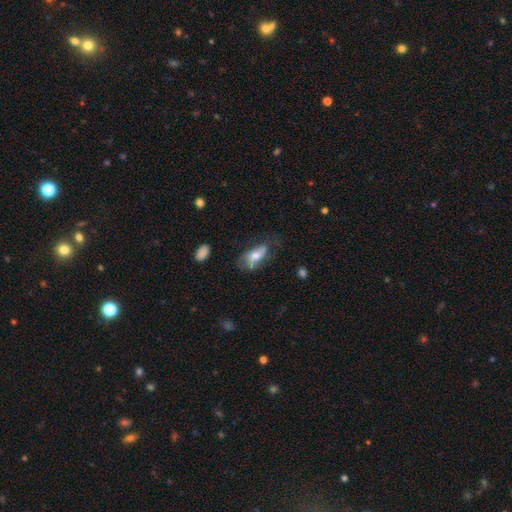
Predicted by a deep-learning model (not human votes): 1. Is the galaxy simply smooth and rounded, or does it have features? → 50% smooth, 42% featured or disk, 8% star or artifact.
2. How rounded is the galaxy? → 83% in between, 12% cigar-shaped, 4% round.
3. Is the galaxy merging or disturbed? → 49% none, 28% minor disturbance, 20% major disturbance, 3% merger.